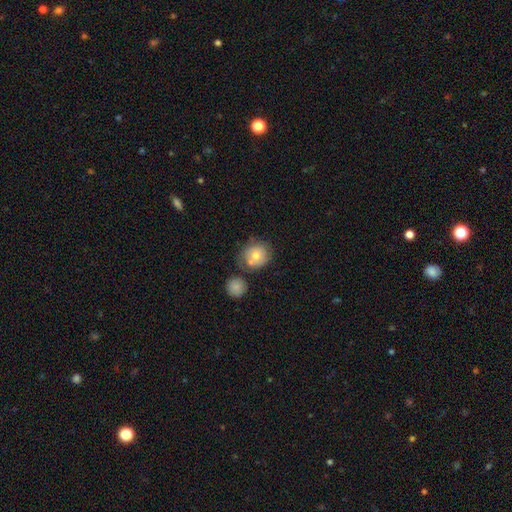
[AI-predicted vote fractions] Smooth or featured?
  - smooth: 67% *
  - featured or disk: 24%
  - star or artifact: 8%
How rounded?
  - round: 80% *
  - in between: 19%
  - cigar-shaped: 1%
Merging?
  - none: 54% *
  - merger: 25%
  - minor disturbance: 15%
  - major disturbance: 5%